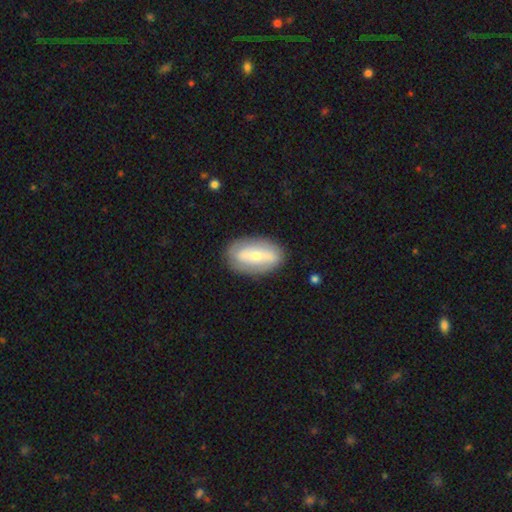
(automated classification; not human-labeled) Smooth or featured? Predicted: featured or disk (p=0.51). Edge-on disk? Predicted: no (p=0.85). Merging? Predicted: none (p=0.82).